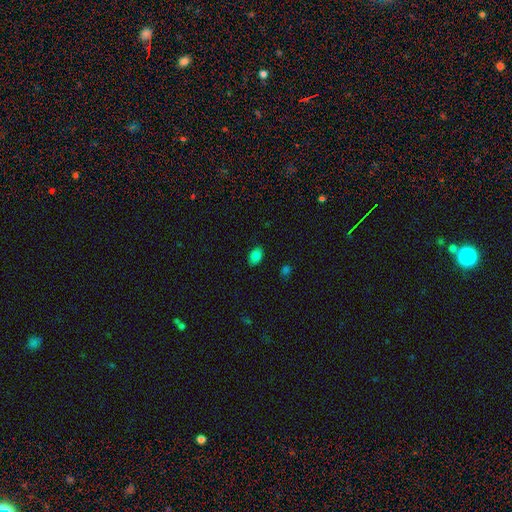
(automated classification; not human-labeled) The model was most divided on "smooth or featured": smooth: 84%, star or artifact: 10%, featured or disk: 6%. More confident: how rounded — in between (87%); merging — none (86%).